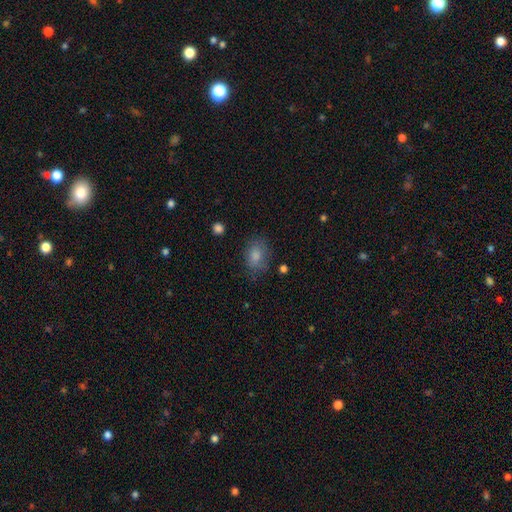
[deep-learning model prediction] smooth-or-featured: smooth: 82% | featured or disk: 9% | star or artifact: 9%
  how-rounded: in between: 74% | round: 24% | cigar-shaped: 1%
  merging: none: 72% | minor disturbance: 19% | major disturbance: 7% | merger: 2%